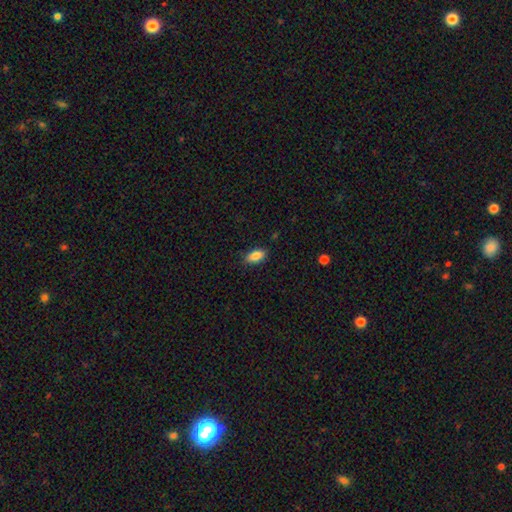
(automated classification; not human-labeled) The model was most divided on "merging": none: 84%, minor disturbance: 12%, major disturbance: 3%, merger: 1%. More confident: how rounded — in between (89%); smooth or featured — smooth (87%).